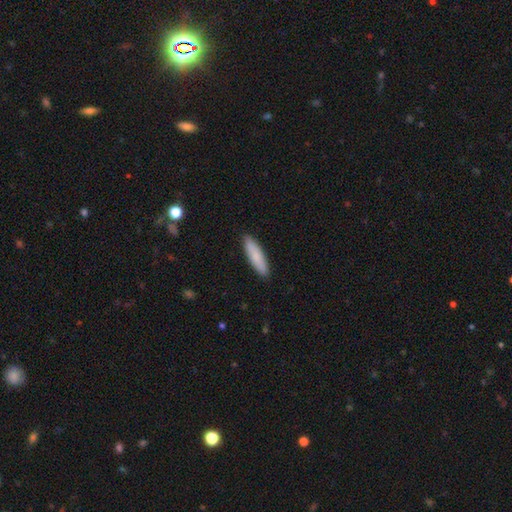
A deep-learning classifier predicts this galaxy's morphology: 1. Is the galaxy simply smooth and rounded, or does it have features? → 84% smooth, 11% featured or disk, 5% star or artifact.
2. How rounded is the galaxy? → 71% cigar-shaped, 28% in between, 1% round.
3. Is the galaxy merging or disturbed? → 91% none, 7% minor disturbance, 1% major disturbance, 1% merger.